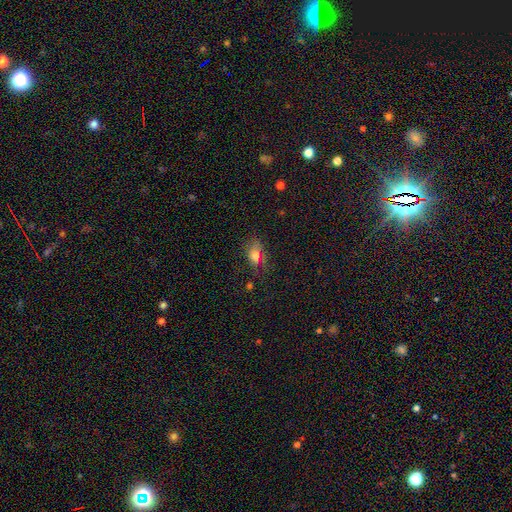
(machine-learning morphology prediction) Smooth or featured: smooth — 68% (star or artifact — 22%)
How rounded: in between — 79% (round — 17%)
Merging: none — 65% (minor disturbance — 22%)